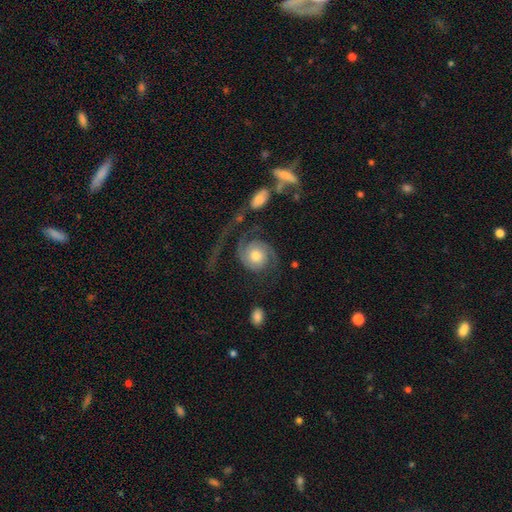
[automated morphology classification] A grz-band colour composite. It shows a featured or disk galaxy (83%) with no bar (76%), 2 (82%) medium (39%) spiral arms (96%) and a moderate central bulge (65%). Merging: none (49%).